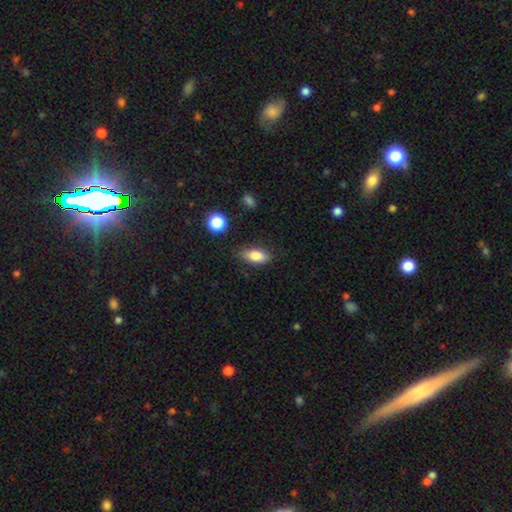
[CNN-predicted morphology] Smooth or featured? Predicted: smooth (p=0.82). How rounded? Predicted: in between (p=0.85). Merging? Predicted: none (p=0.79).